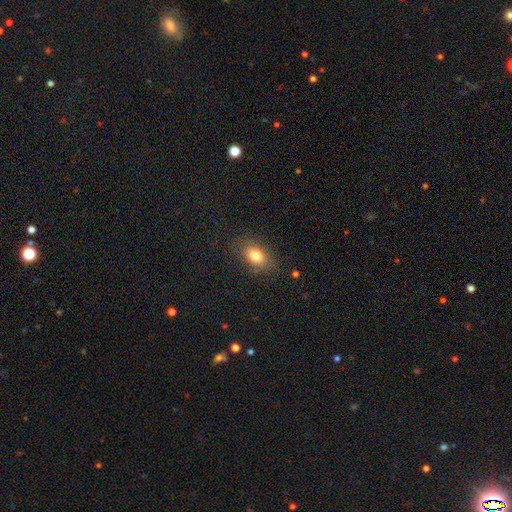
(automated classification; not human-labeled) smooth_or_featured: smooth (p=0.80) [alt: featured or disk p=0.11]
how_rounded: in between (p=0.84) [alt: round p=0.14]
merging: none (p=0.83) [alt: minor disturbance p=0.12]